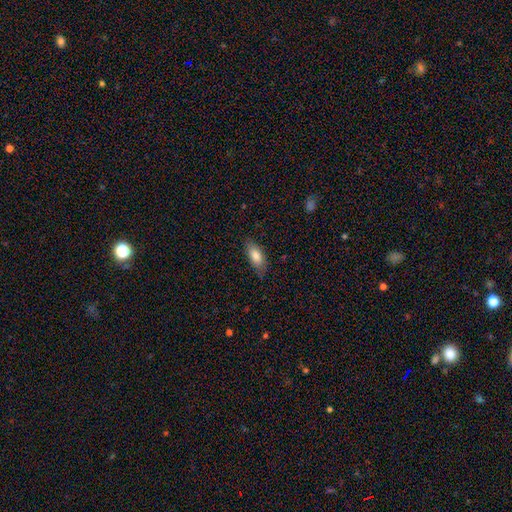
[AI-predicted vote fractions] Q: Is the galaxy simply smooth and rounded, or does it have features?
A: smooth — 81%.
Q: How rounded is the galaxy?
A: in between — 82%.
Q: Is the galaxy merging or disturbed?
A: none — 78%.